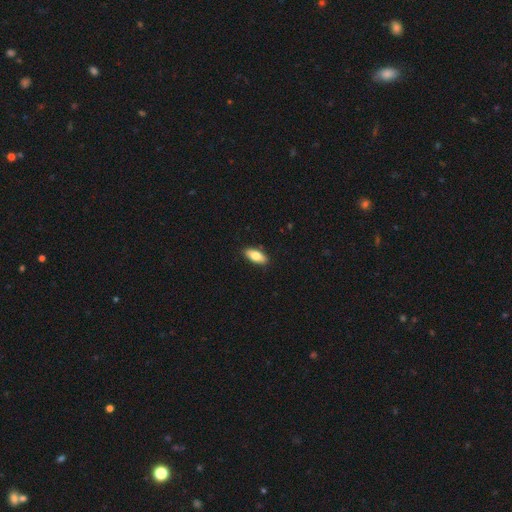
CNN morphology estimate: smooth_or_featured: smooth (p=0.77) [alt: featured or disk p=0.17]
how_rounded: in between (p=0.82) [alt: cigar-shaped p=0.15]
merging: none (p=0.89) [alt: minor disturbance p=0.08]